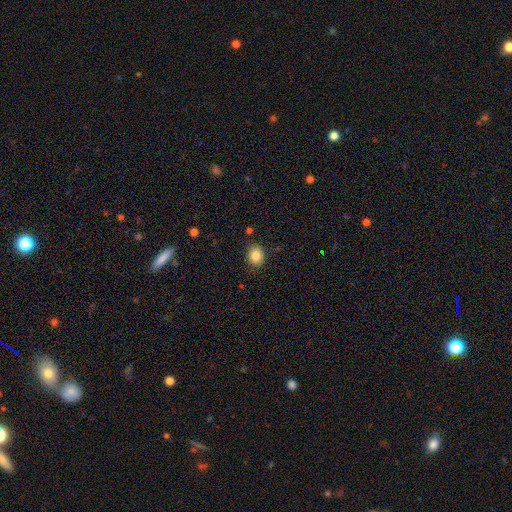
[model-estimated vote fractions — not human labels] This is clearly a smooth galaxy (85%). How rounded: possibly round (57%). Merging: clearly none (83%).